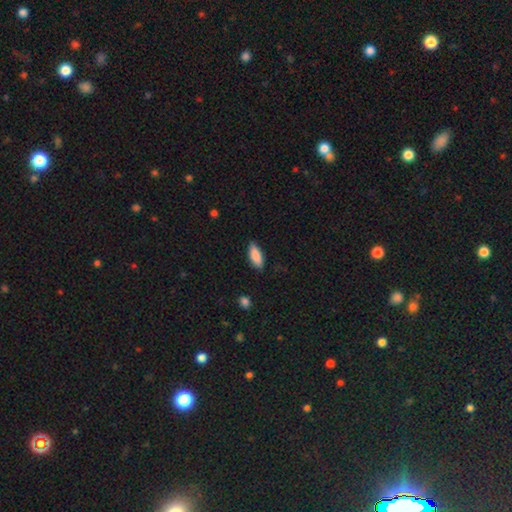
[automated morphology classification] smooth 86%, featured or disk 8%, star or artifact 6%. Down the decision tree: how rounded — in between (73%); merging — none (83%).